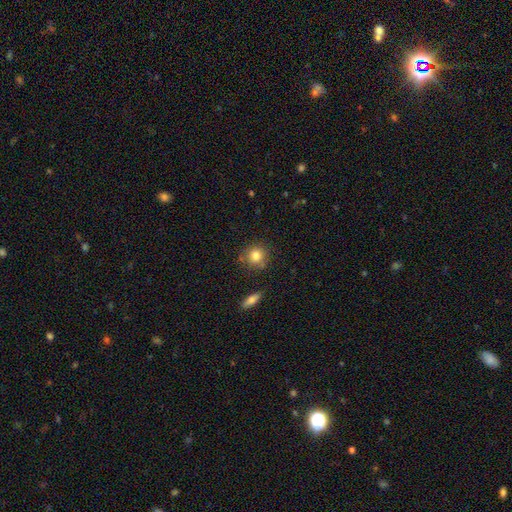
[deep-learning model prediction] Smooth or featured: smooth — 82% (star or artifact — 9%)
How rounded: round — 86% (in between — 13%)
Merging: none — 76% (minor disturbance — 14%)